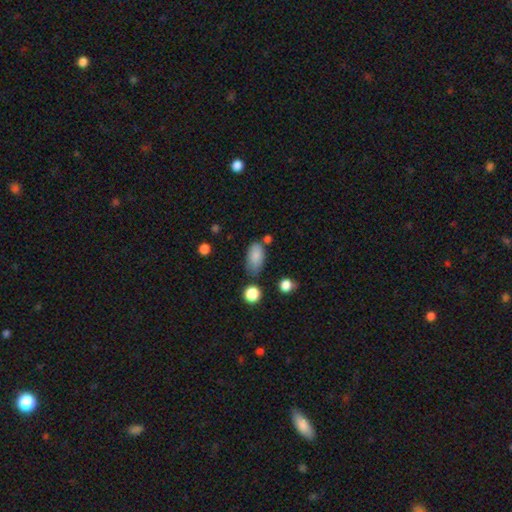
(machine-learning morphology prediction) smooth_or_featured: smooth (p=0.84) [alt: star or artifact p=0.08]
how_rounded: in between (p=0.92) [alt: round p=0.05]
merging: none (p=0.63) [alt: minor disturbance p=0.23]